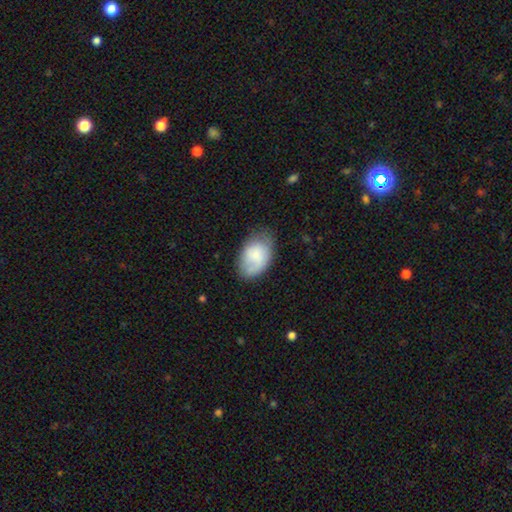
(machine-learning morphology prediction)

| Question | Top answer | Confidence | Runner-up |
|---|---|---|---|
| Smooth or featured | smooth | 69% | featured or disk (24%) |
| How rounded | in between | 88% | round (11%) |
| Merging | none | 64% | minor disturbance (25%) |